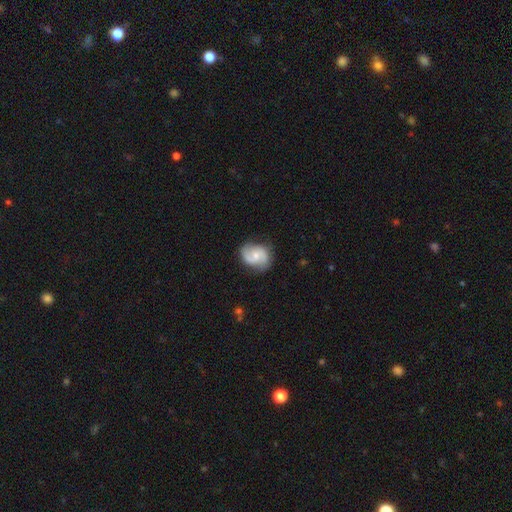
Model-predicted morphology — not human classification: type=featured or disk (72%); edge-on=no (98%); bar=no (60%); spiral arms=yes (93%); winding=medium (47%); arm count=2 (87%); bulge=small (48%); merging=none (74%).